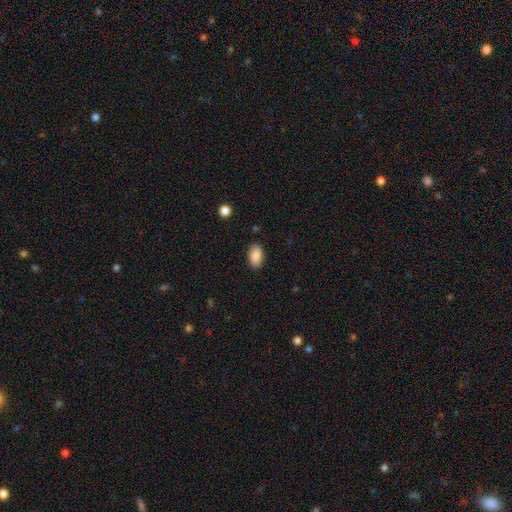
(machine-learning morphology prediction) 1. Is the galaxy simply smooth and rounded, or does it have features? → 89% smooth, 7% star or artifact, 4% featured or disk.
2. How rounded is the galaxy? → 93% in between, 6% round, 1% cigar-shaped.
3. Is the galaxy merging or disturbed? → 86% none, 10% minor disturbance, 2% major disturbance, 1% merger.